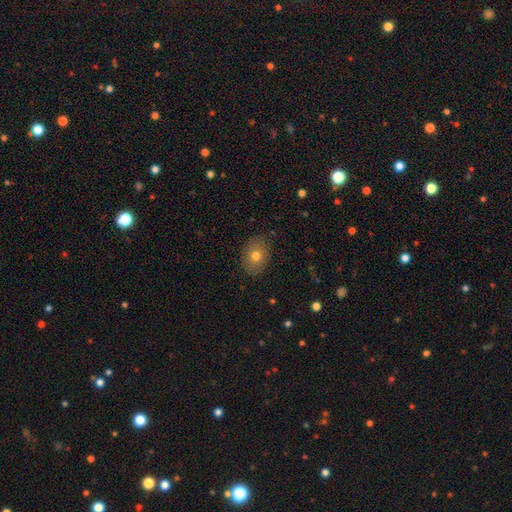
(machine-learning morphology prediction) Overall: smooth (74%). How rounded: in between (73%). Merging: none (84%).